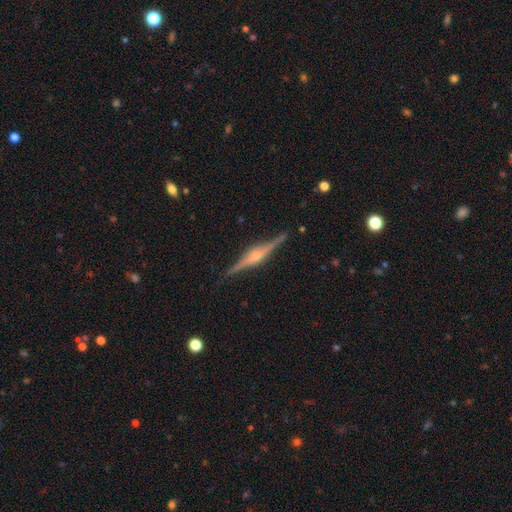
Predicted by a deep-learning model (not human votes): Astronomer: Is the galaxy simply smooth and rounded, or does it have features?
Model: featured or disk — 87%.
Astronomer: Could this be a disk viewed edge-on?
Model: yes — 98%.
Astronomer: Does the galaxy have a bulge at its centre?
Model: rounded — 83%.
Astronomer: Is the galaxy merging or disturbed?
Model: none — 90%.